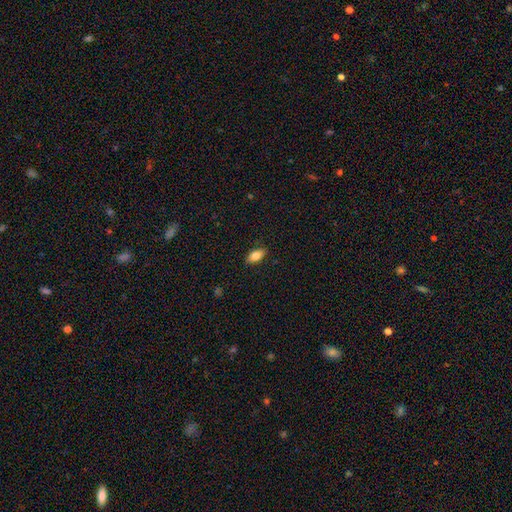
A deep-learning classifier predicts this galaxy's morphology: This appears to be a smooth galaxy with no disk features (79%) that is in between round and cigar-shaped (88%). Merging: none (88%).